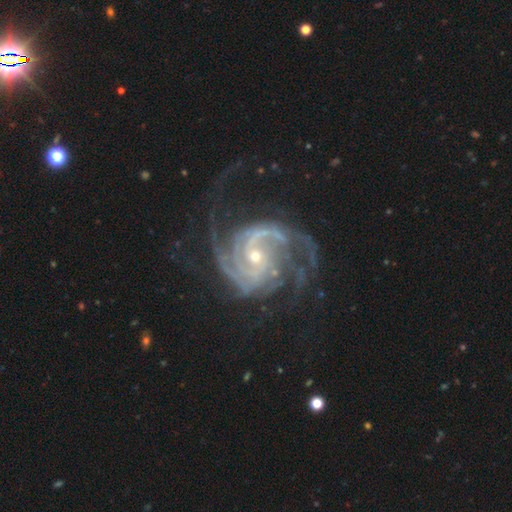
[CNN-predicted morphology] type=featured or disk (92%); edge-on=no (98%); bar=no (54%); spiral arms=yes (99%); winding=tight (47%); arm count=2 (34%); bulge=small (68%); merging=none (61%).